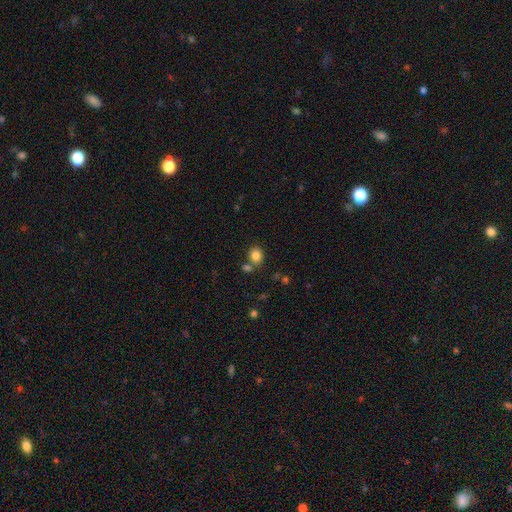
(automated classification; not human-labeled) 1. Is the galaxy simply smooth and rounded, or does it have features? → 84% smooth, 11% star or artifact, 5% featured or disk.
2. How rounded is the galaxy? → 68% round, 31% in between, 1% cigar-shaped.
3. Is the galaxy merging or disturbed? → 69% none, 17% merger, 10% minor disturbance, 4% major disturbance.